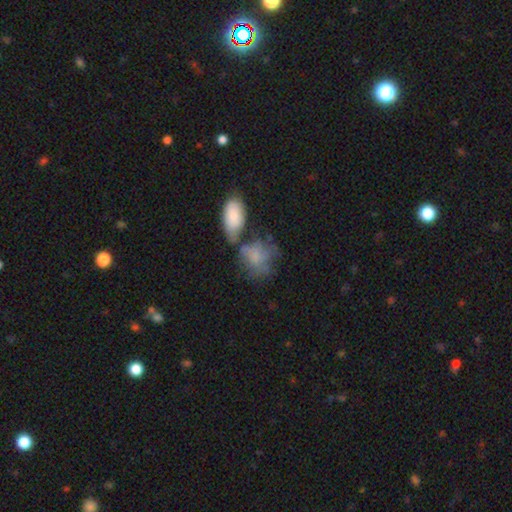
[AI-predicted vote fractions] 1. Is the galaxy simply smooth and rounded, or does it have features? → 66% smooth, 26% featured or disk, 8% star or artifact.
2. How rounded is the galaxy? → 61% in between, 37% round, 2% cigar-shaped.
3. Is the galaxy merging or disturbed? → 31% none (tied), 31% merger (tied), 21% minor disturbance, 18% major disturbance.